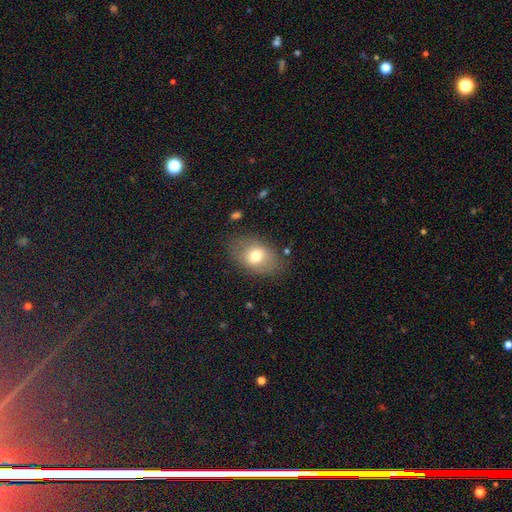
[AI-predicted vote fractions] Smooth or featured: smooth — 71% (featured or disk — 20%)
How rounded: in between — 78% (round — 21%)
Merging: none — 77% (minor disturbance — 15%)